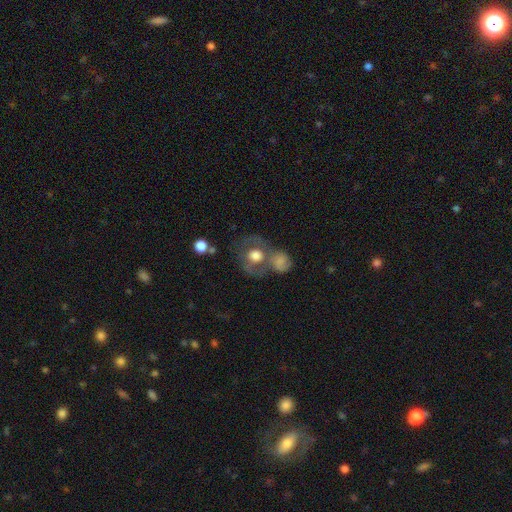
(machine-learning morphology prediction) A smooth galaxy with no disk features (55%) that is round (75%). Merging: none (44%).